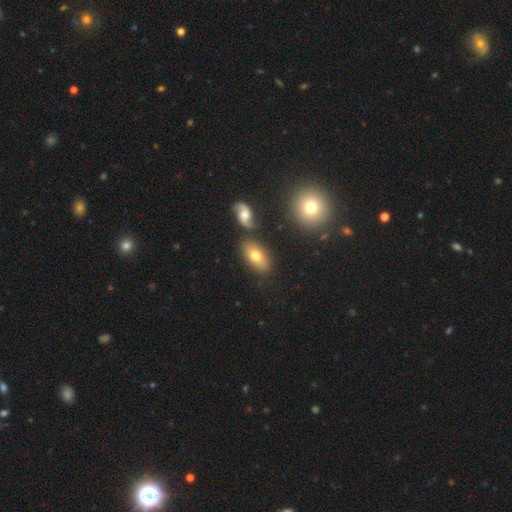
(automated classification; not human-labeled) A smooth galaxy with no disk features (69%) that is in between round and cigar-shaped (90%). Merging: none (78%).